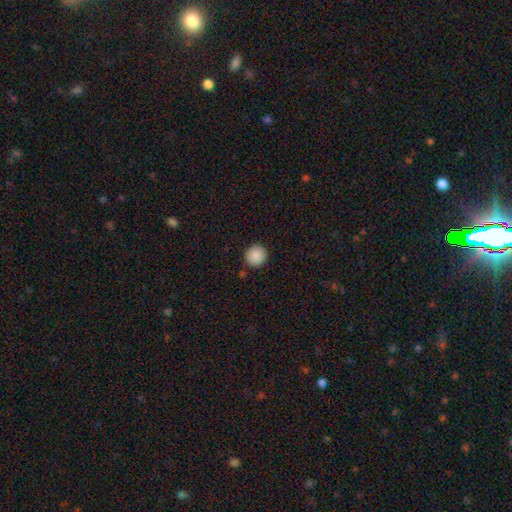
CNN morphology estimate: smooth_or_featured: smooth (p=0.89) [alt: star or artifact p=0.08]
how_rounded: round (p=0.93) [alt: in between p=0.06]
merging: none (p=0.91) [alt: minor disturbance p=0.06]